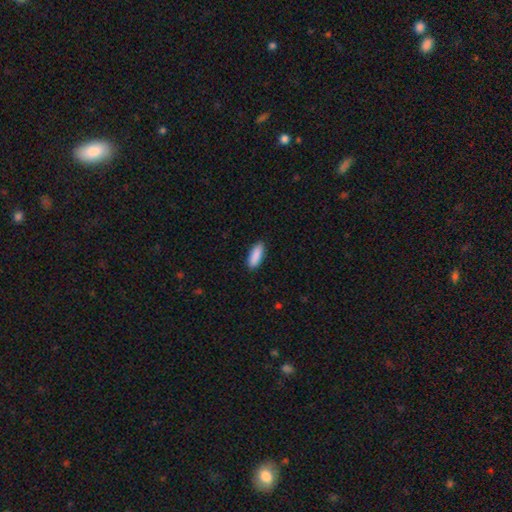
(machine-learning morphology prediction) This is clearly a smooth galaxy (90%). How rounded: likely in between (65%). Merging: clearly none (90%).